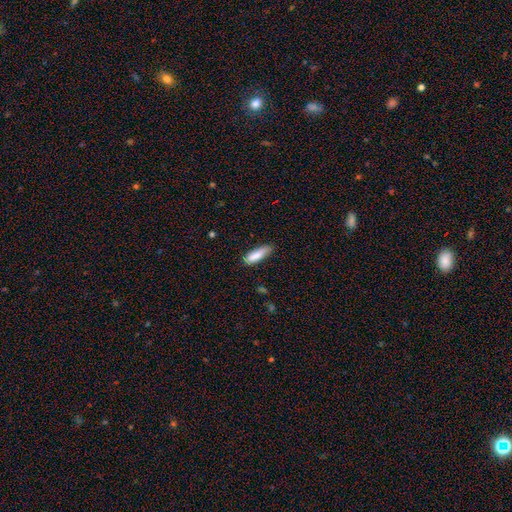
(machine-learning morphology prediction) smooth 84%, featured or disk 10%, star or artifact 6%. Down the decision tree: how rounded — cigar-shaped (58%); merging — none (79%).